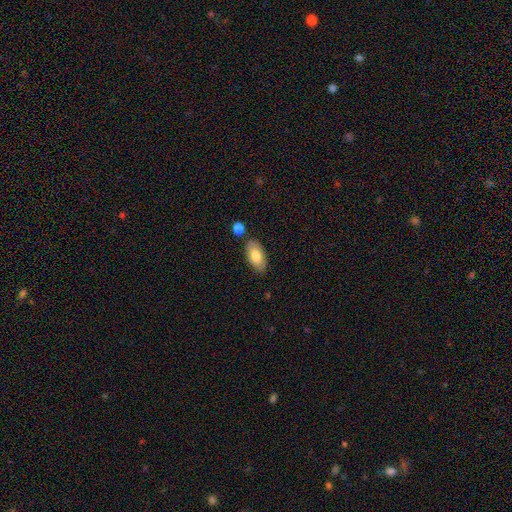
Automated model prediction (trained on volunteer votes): Smooth or featured? smooth (76%)
How rounded? in between (94%)
Merging? none (79%)